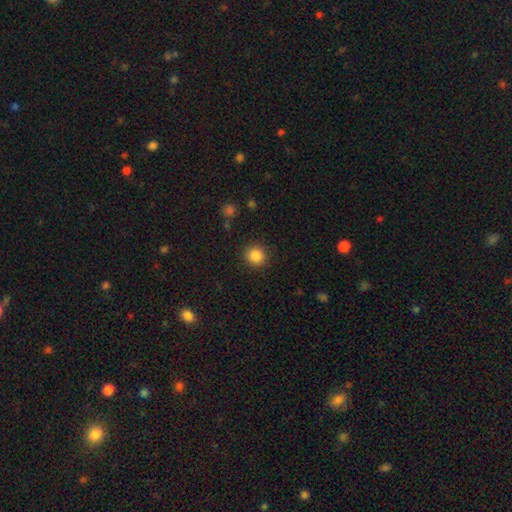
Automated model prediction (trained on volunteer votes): smooth_or_featured: smooth (p=0.85) [alt: star or artifact p=0.10]
how_rounded: round (p=0.93) [alt: in between p=0.06]
merging: none (p=0.90) [alt: minor disturbance p=0.07]